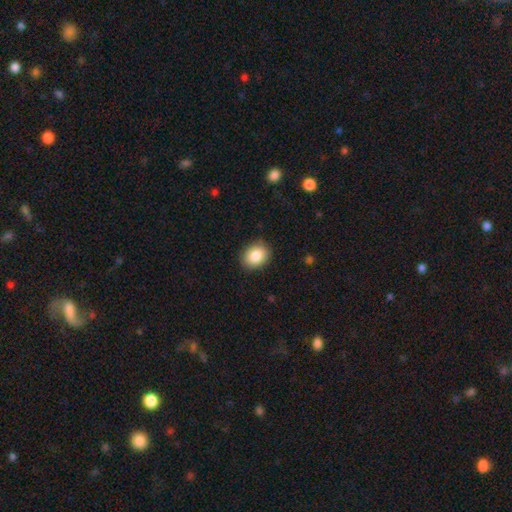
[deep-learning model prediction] Smooth or featured?
  - smooth: 86% *
  - star or artifact: 8%
  - featured or disk: 6%
How rounded?
  - in between: 56% *
  - round: 43%
  - cigar-shaped: 1%
Merging?
  - none: 88% *
  - minor disturbance: 9%
  - major disturbance: 2%
  - merger: 1%